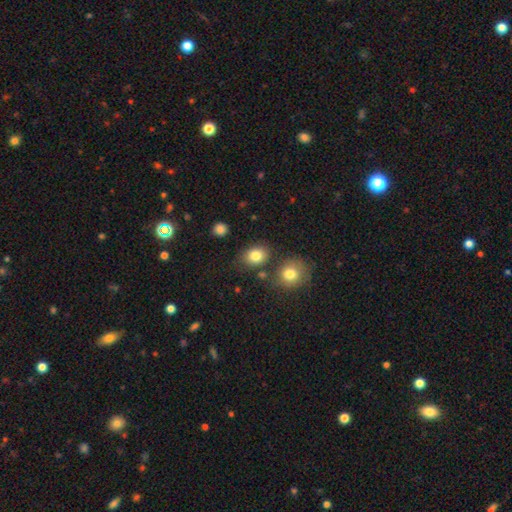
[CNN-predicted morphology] A smooth galaxy with no disk features (83%) that is in between round and cigar-shaped (52%).

Vote fractions:
- Smooth or featured? smooth: 83% / star or artifact: 10% / featured or disk: 7%
- How rounded? in between: 52% / round: 47% / cigar-shaped: 1%
- Merging? none: 75% / minor disturbance: 12% / merger: 9% / major disturbance: 4%